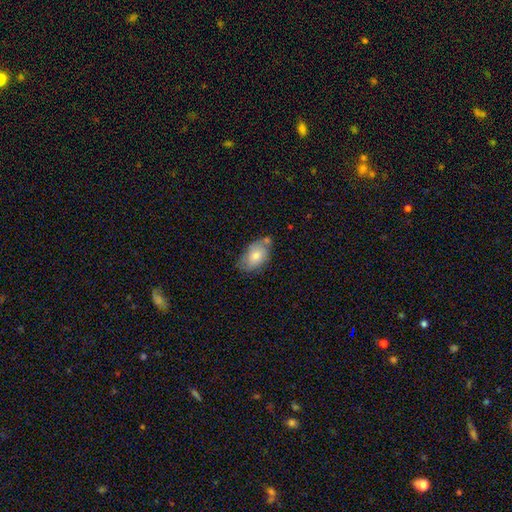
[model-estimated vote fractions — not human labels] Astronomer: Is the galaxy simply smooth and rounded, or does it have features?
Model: smooth — 72%.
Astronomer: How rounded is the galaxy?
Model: in between — 91%.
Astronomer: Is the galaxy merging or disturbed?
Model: none — 58%.